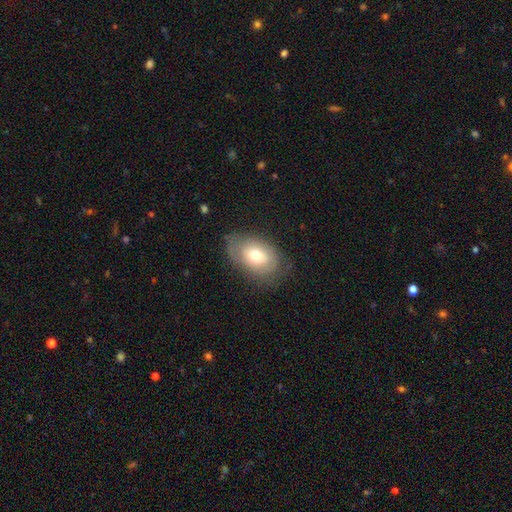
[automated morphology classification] A smooth galaxy with no disk features (63%) that is in between round and cigar-shaped (85%). Merging: none (70%).